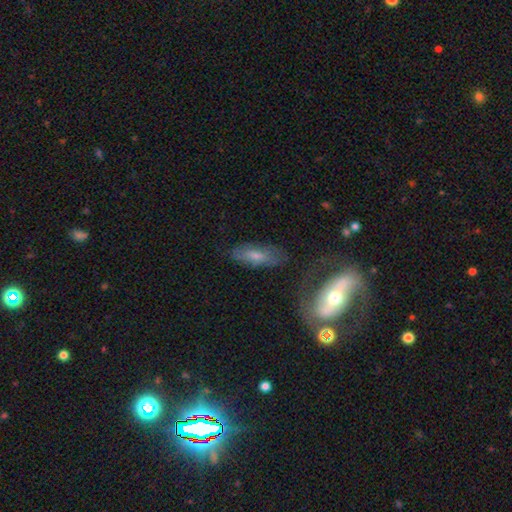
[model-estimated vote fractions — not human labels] Q: Smooth or featured?
A: smooth (47%); runner-up: featured or disk (43%)
Q: Merging?
A: none (62%); runner-up: minor disturbance (20%)